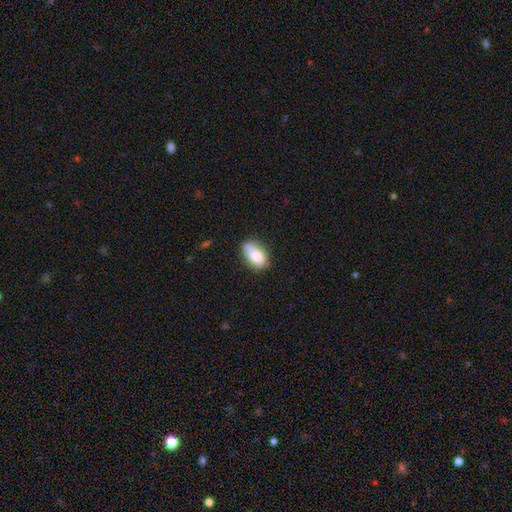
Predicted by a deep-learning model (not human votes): A smooth galaxy with no disk features (81%) that is in between round and cigar-shaped (92%). Merging: none (62%).